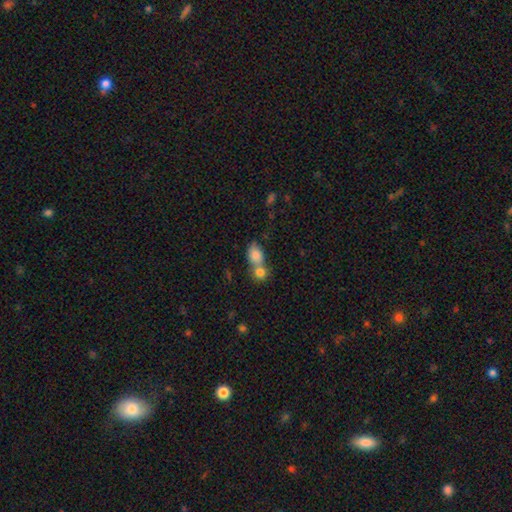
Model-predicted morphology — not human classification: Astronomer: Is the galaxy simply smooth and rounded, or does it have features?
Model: smooth — 81%.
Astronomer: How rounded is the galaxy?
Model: in between — 66%.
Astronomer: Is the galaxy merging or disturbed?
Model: merger — 59%.